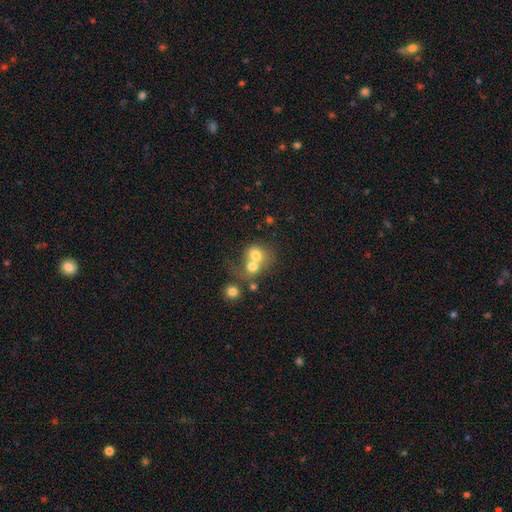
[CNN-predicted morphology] Q: Smooth or featured?
A: smooth (69%); runner-up: featured or disk (21%)
Q: How rounded?
A: round (70%); runner-up: in between (29%)
Q: Merging?
A: merger (70%); runner-up: none (20%)